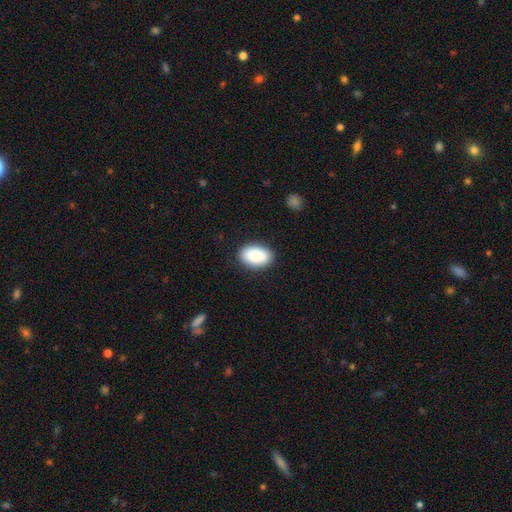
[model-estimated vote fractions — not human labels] Smooth or featured?
  - smooth: 88% *
  - star or artifact: 6%
  - featured or disk: 6%
How rounded?
  - in between: 90% *
  - round: 9%
  - cigar-shaped: 1%
Merging?
  - none: 88% *
  - minor disturbance: 9%
  - major disturbance: 2%
  - merger: 1%